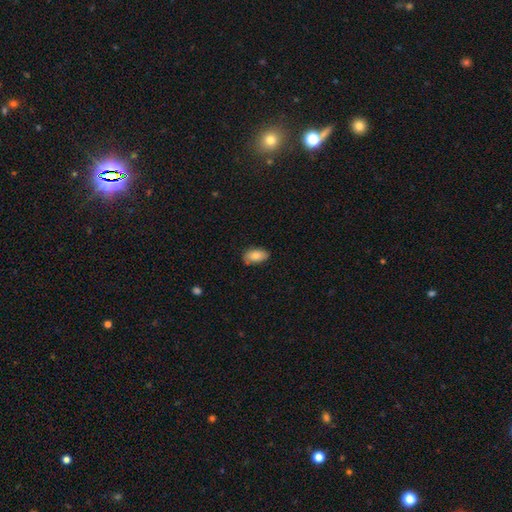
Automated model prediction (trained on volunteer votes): This is likely a smooth galaxy (80%). How rounded: clearly in between (93%). Merging: likely none (78%).